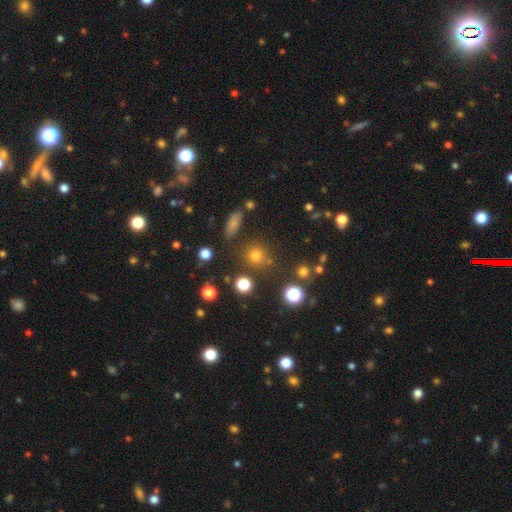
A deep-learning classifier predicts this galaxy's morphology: Smooth or featured? Predicted: smooth (p=0.67). How rounded? Predicted: round (p=0.88). Merging? Predicted: none (p=0.78).